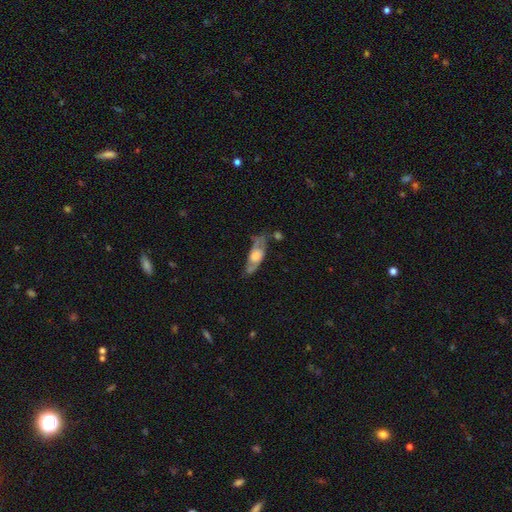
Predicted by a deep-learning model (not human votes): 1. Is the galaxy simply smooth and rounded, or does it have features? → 56% featured or disk, 38% smooth, 6% star or artifact.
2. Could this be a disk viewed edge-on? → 54% no, 46% yes.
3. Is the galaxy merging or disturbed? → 54% none, 26% minor disturbance, 13% major disturbance, 8% merger.